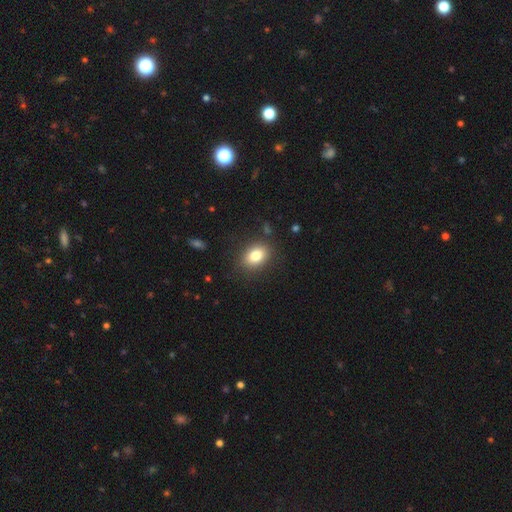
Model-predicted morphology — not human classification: This appears to be a smooth galaxy with no disk features (81%) that is in between round and cigar-shaped (71%). Merging: none (85%).